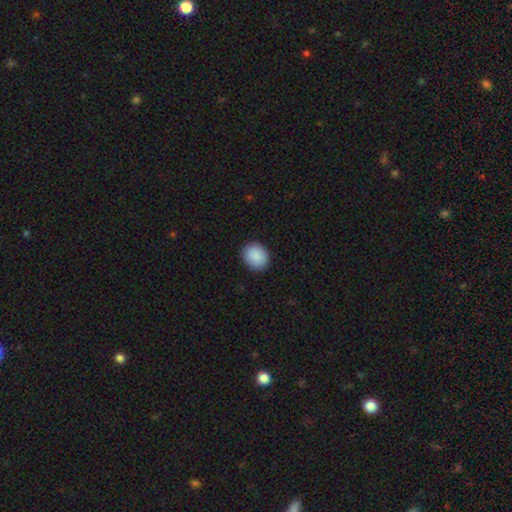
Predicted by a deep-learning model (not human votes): The model was most divided on "how rounded": round: 62%, in between: 37%, cigar-shaped: 1%. More confident: smooth or featured — smooth (90%); merging — none (90%).